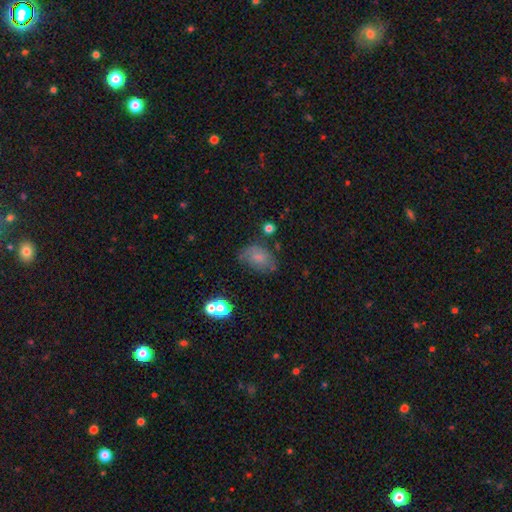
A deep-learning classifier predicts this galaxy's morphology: This is likely a smooth galaxy (62%). How rounded: likely in between (79%). Merging: possibly none (57%).